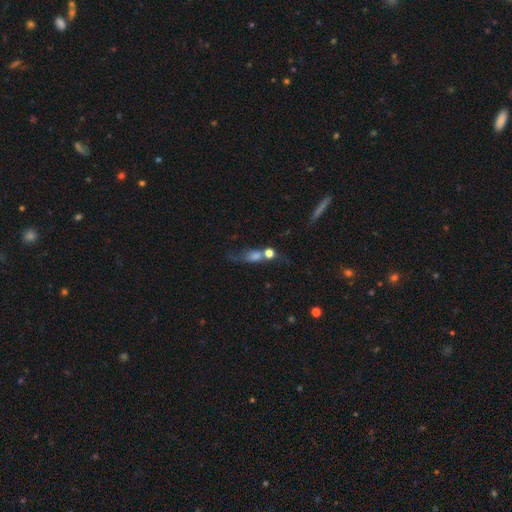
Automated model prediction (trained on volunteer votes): This appears to be a smooth galaxy with no disk features (46%). Merging: merger (35%).